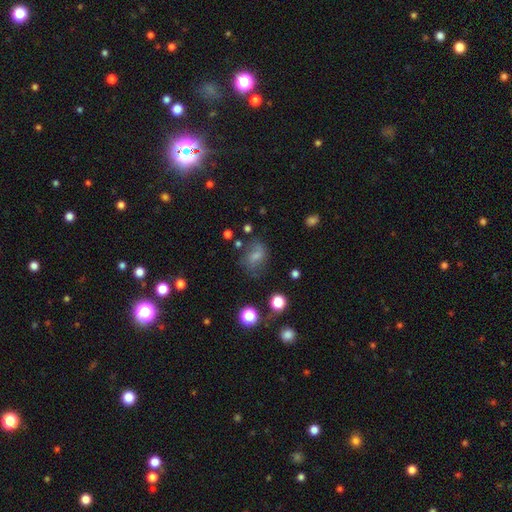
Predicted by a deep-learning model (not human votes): smooth-or-featured: smooth: 61% | featured or disk: 23% | star or artifact: 16%
  how-rounded: in between: 66% | round: 32% | cigar-shaped: 2%
  merging: none: 55% | minor disturbance: 24% | major disturbance: 17% | merger: 4%